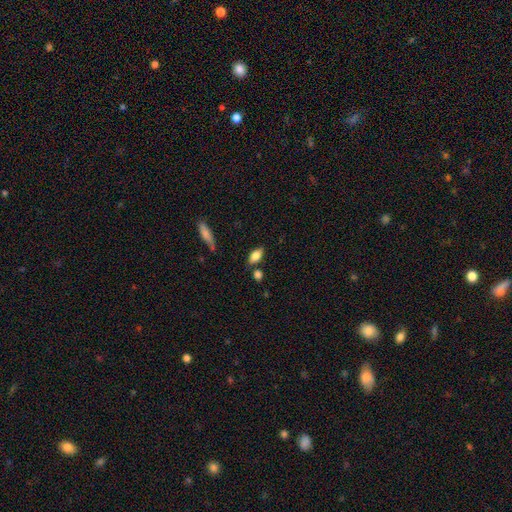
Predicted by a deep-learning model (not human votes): Smooth or featured: smooth — 80% (featured or disk — 13%)
How rounded: in between — 87% (cigar-shaped — 9%)
Merging: none — 75% (minor disturbance — 14%)